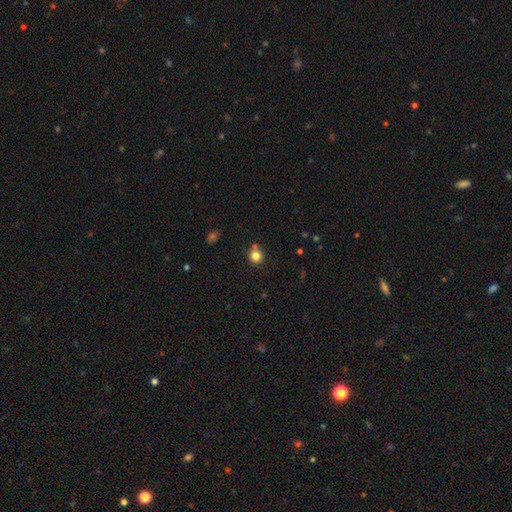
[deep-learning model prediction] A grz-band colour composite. It shows a smooth galaxy with no disk features (82%) that is round (90%). Merging: none (75%).